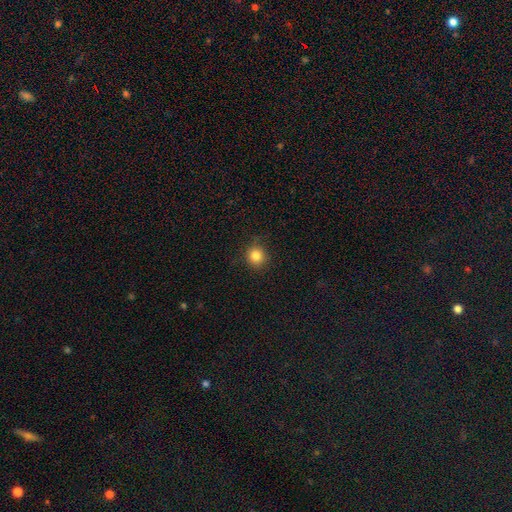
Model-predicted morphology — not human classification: Smooth or featured? Predicted: smooth (p=0.83). How rounded? Predicted: round (p=0.91). Merging? Predicted: none (p=0.85).